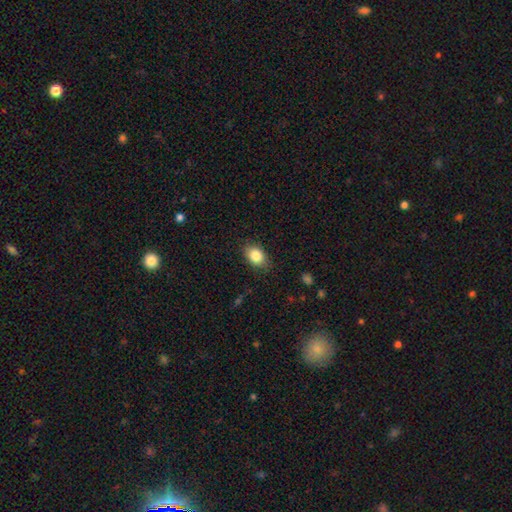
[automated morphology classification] Q: Smooth or featured?
A: smooth (85%); runner-up: star or artifact (8%)
Q: How rounded?
A: in between (77%); runner-up: round (22%)
Q: Merging?
A: none (83%); runner-up: minor disturbance (13%)